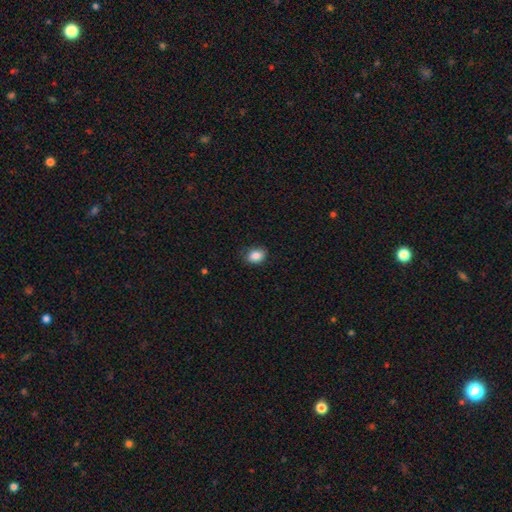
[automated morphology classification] The model was most divided on "how rounded": in between: 74%, round: 24%, cigar-shaped: 1%. More confident: smooth or featured — smooth (87%); merging — none (81%).